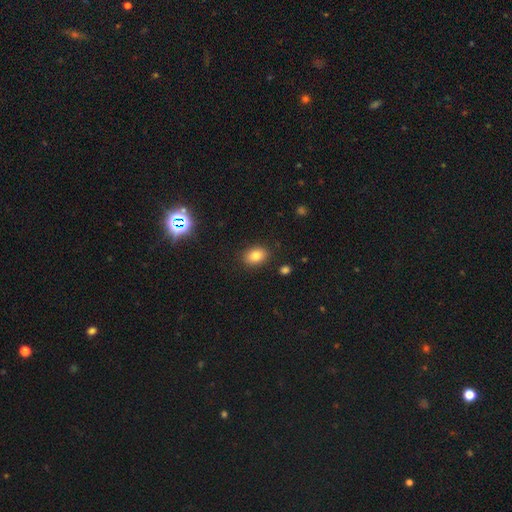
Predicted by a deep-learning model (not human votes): This is clearly a smooth galaxy (82%). How rounded: likely in between (73%). Merging: clearly none (87%).